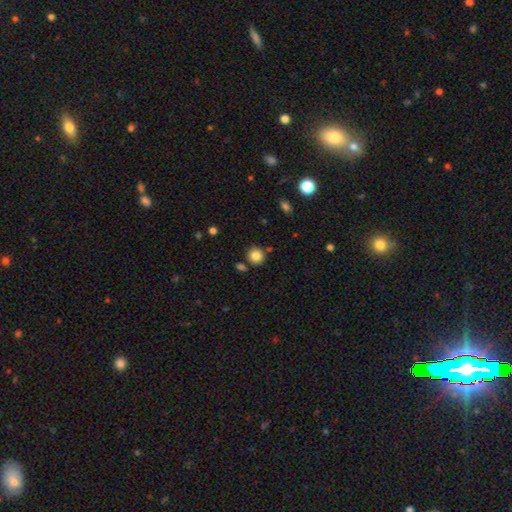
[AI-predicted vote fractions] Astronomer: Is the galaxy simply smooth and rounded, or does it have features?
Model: smooth — 84%.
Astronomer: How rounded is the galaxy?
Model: round — 91%.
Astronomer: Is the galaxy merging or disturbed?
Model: none — 83%.